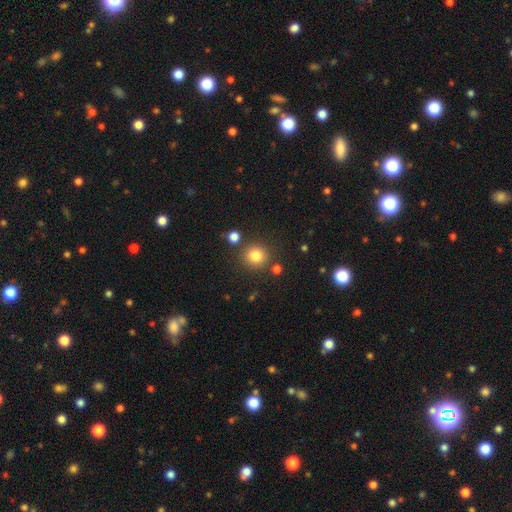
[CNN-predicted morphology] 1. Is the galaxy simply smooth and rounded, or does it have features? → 81% smooth, 12% star or artifact, 6% featured or disk.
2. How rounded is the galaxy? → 90% round, 9% in between, 1% cigar-shaped.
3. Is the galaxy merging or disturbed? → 83% none, 8% minor disturbance, 6% merger, 3% major disturbance.